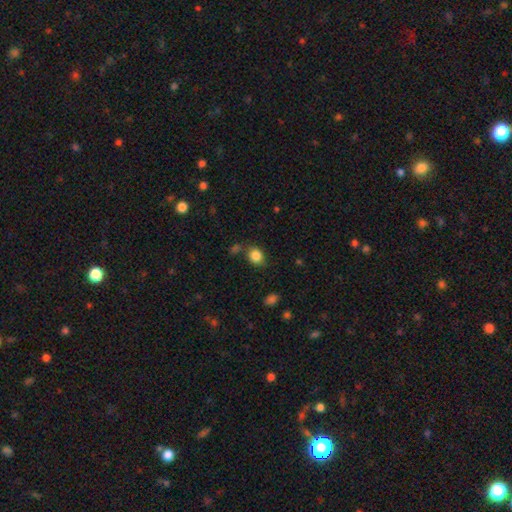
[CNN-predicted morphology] This is clearly a smooth galaxy (84%). How rounded: likely round (62%). Merging: likely none (74%).